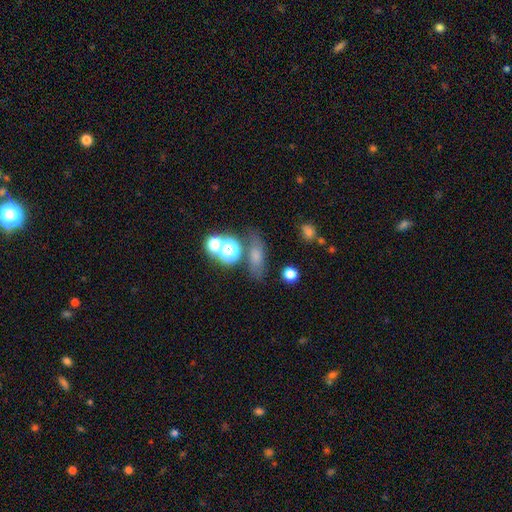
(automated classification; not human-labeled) Smooth or featured? smooth (62%)
How rounded? in between (50%)
Merging? none (67%)